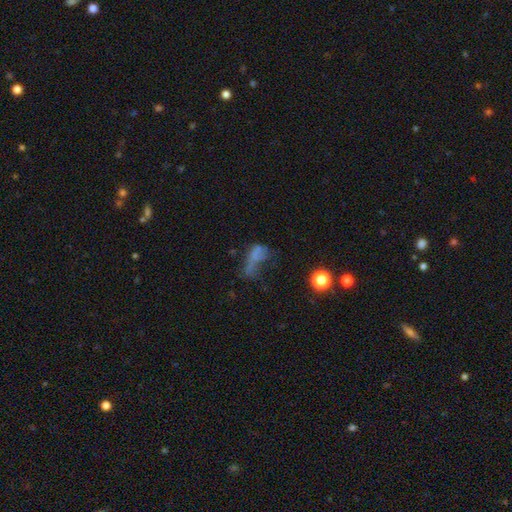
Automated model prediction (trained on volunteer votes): Q: Smooth or featured?
A: smooth (45%); runner-up: featured or disk (30%)
Q: Merging?
A: major disturbance (46%); runner-up: none (25%)